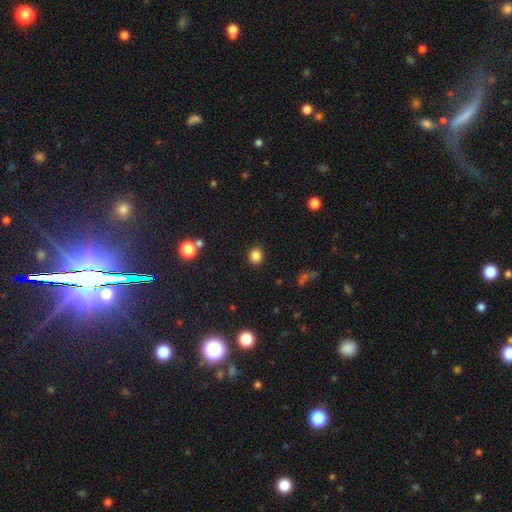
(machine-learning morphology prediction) Overall: smooth (84%). How rounded: round (86%). Merging: none (89%).